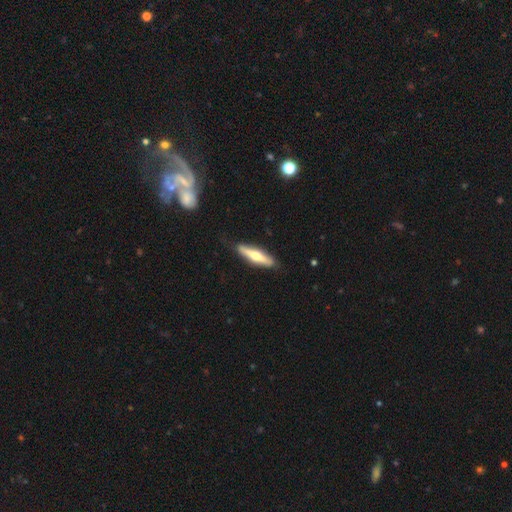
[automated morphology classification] featured or disk 53%, smooth 42%, star or artifact 5%. Down the decision tree: edge-on disk — yes (91%); merging — none (84%).